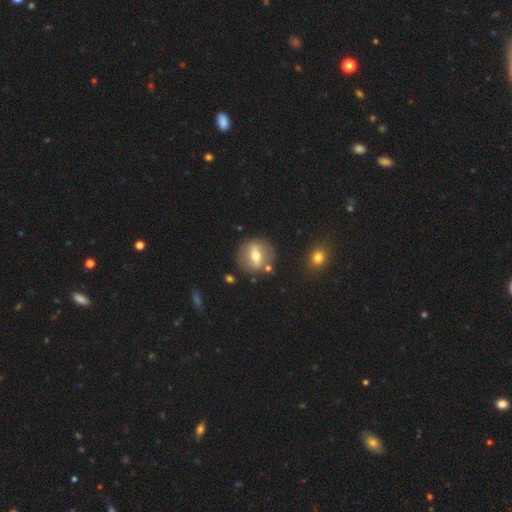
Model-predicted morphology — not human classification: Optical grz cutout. It shows a featured or disk galaxy (51%). Merging: none (82%).